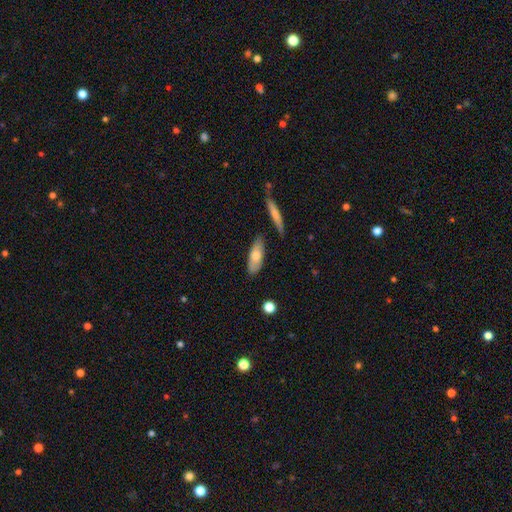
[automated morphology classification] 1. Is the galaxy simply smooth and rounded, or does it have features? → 72% smooth, 22% featured or disk, 6% star or artifact.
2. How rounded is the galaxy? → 64% in between, 34% cigar-shaped, 2% round.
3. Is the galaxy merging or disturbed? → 74% none, 18% minor disturbance, 5% merger, 4% major disturbance.